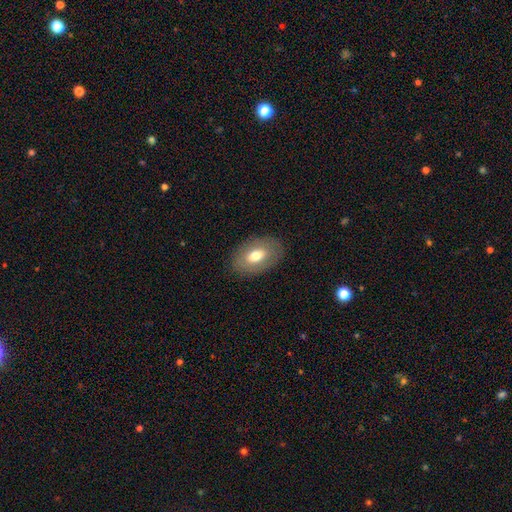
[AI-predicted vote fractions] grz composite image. It shows a smooth galaxy with no disk features (68%) that is in between round and cigar-shaped (89%). Merging: none (86%).